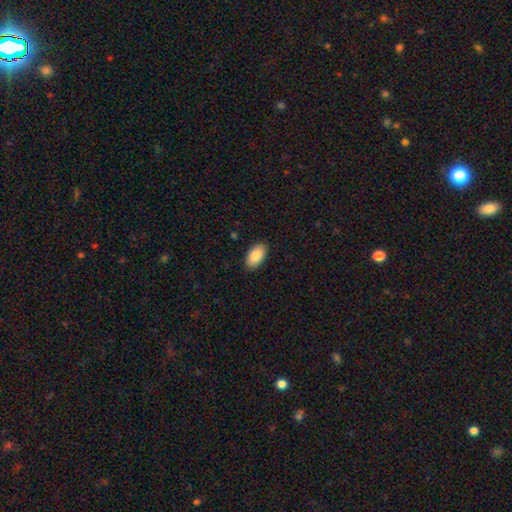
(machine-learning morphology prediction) smooth-or-featured: smooth: 88% | star or artifact: 6% | featured or disk: 5%
  how-rounded: in between: 95% | round: 3% | cigar-shaped: 2%
  merging: none: 89% | minor disturbance: 8% | major disturbance: 2% | merger: 1%